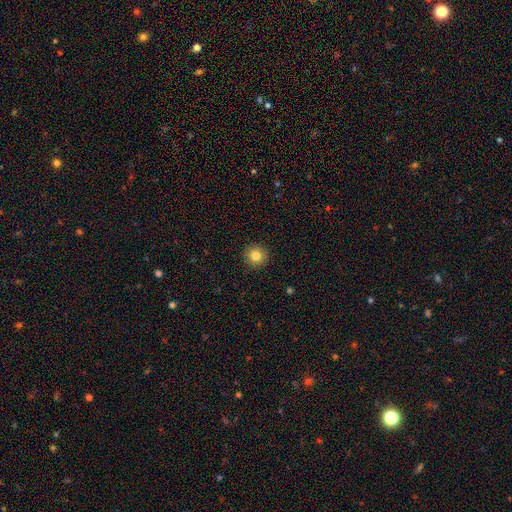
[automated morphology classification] Smooth or featured: smooth — 83% (star or artifact — 11%)
How rounded: round — 95% (in between — 4%)
Merging: none — 93% (minor disturbance — 5%)